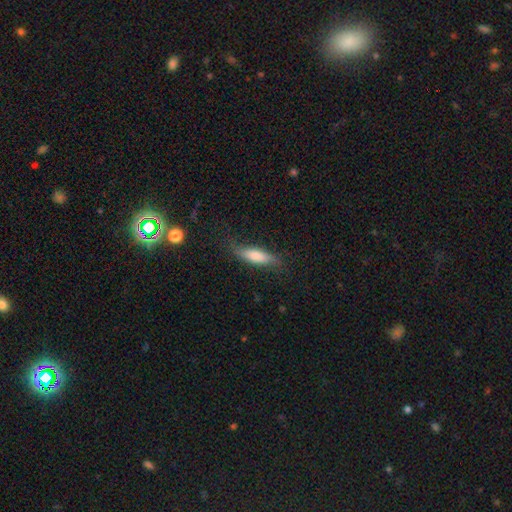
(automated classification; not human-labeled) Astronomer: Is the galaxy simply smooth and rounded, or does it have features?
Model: smooth — 69%.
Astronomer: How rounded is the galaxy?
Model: cigar-shaped — 58% (runner-up: in between, 40%).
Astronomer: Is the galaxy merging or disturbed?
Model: none — 69%.